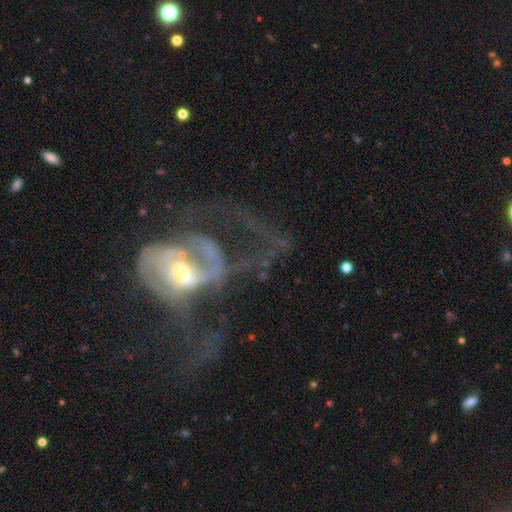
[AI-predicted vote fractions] A featured or disk galaxy (74%) with no bar (55%), spiral arms (58%) and a moderate central bulge (62%). Merging: major disturbance (59%).